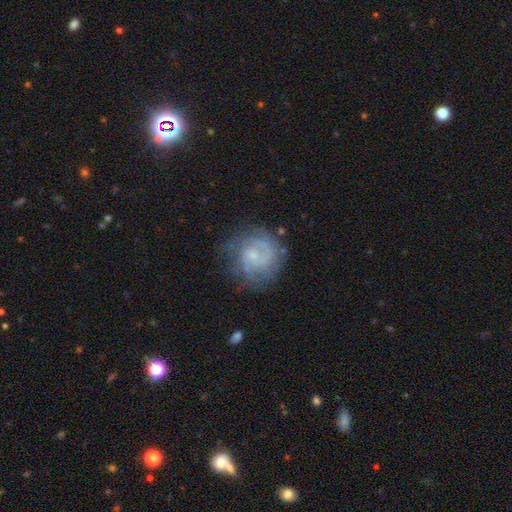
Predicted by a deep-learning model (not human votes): featured or disk 74%, smooth 18%, star or artifact 8%. Down the decision tree: edge-on disk — no (98%); bar — no (64%); spiral arms — yes (88%); spiral arm count — 2 (39%); spiral winding — tight (50%); bulge size — small (68%); merging — none (66%).